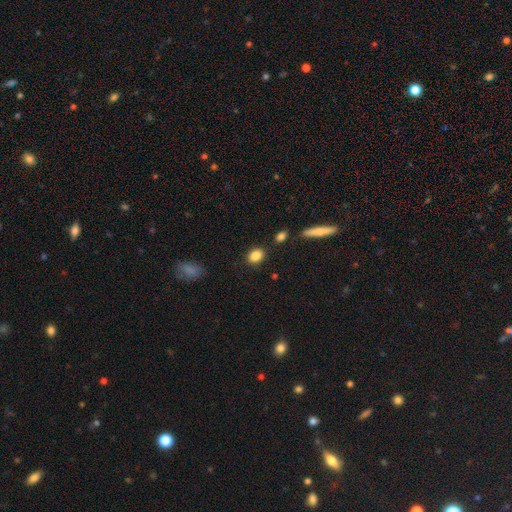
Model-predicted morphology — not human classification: Smooth or featured: smooth — 86% (star or artifact — 9%)
How rounded: in between — 63% (round — 35%)
Merging: none — 83% (minor disturbance — 10%)